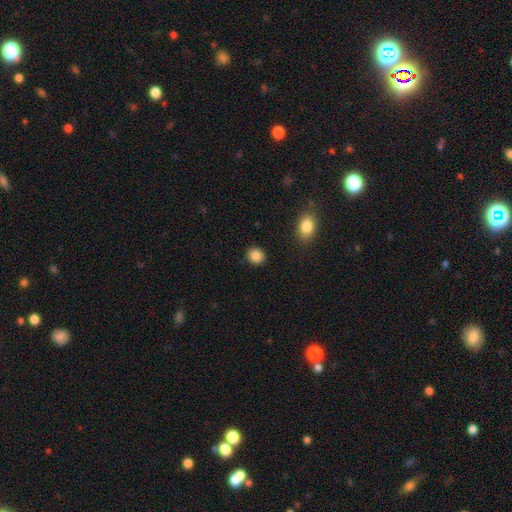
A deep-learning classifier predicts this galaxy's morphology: Overall: smooth (87%). How rounded: round (76%). Merging: none (90%).